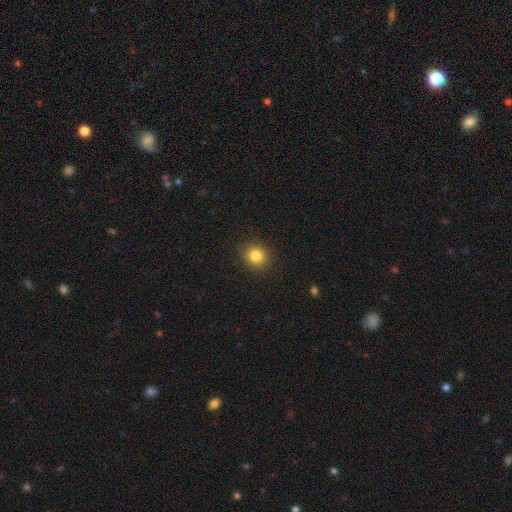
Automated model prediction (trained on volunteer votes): smooth 83%, star or artifact 12%, featured or disk 6%. Down the decision tree: how rounded — round (77%); merging — none (88%).